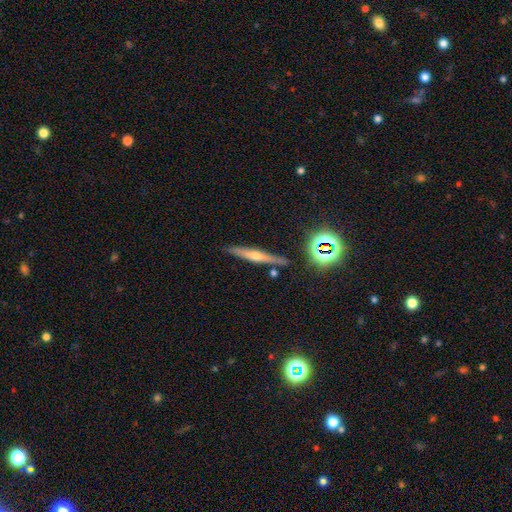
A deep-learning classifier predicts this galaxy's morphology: smooth_or_featured: featured or disk (p=0.59) [alt: smooth p=0.27]
disk_edge_on: yes (p=0.95) [alt: no p=0.05]
edge_on_bulge: rounded (p=0.85) [alt: none p=0.11]
merging: none (p=0.87) [alt: minor disturbance p=0.08]